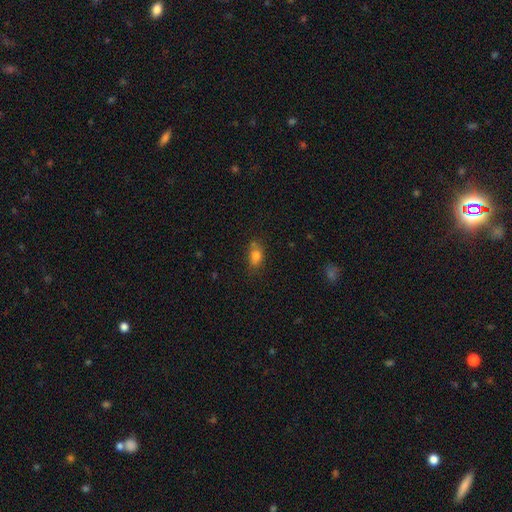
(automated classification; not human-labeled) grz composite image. It shows a smooth galaxy with no disk features (79%) that is in between round and cigar-shaped (76%). Merging: none (63%).